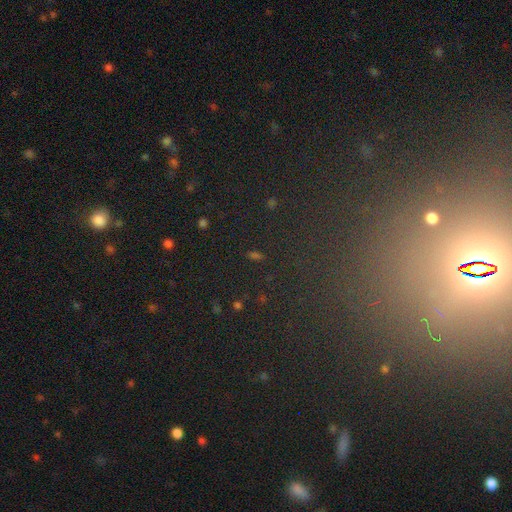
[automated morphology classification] smooth-or-featured: star or artifact: 56% | smooth: 33% | featured or disk: 11%